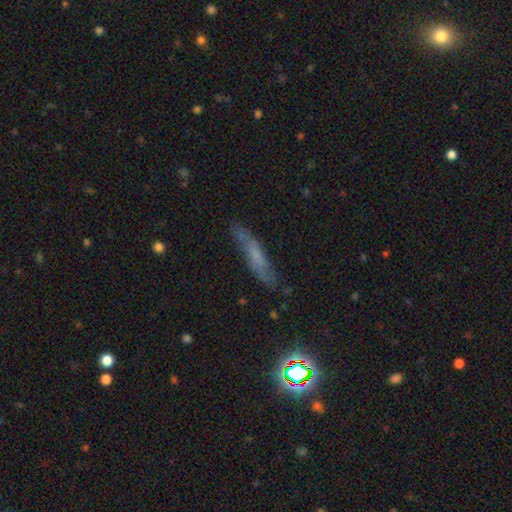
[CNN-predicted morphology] This is marginally a featured or disk galaxy (43%). Merging: likely none (71%).